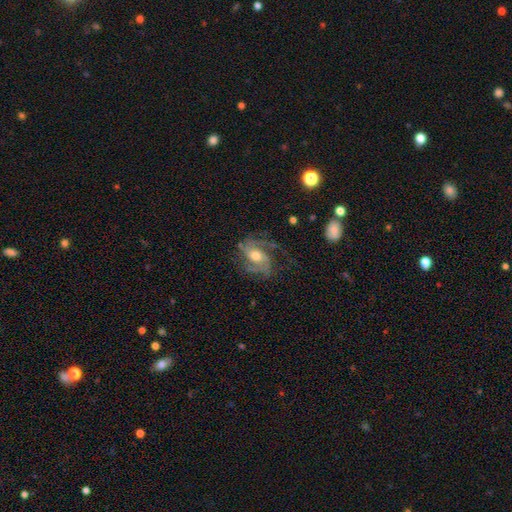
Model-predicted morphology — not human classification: Overall: featured or disk (87%). Edge-on disk: no (97%). Bar: no (50%; weak 37%). Spiral arms: yes (97%). Spiral arm count: 2 (46%; 3 27%). Spiral winding: medium (50%; tight 29%). Bulge size: moderate (70%). Merging: none (63%).